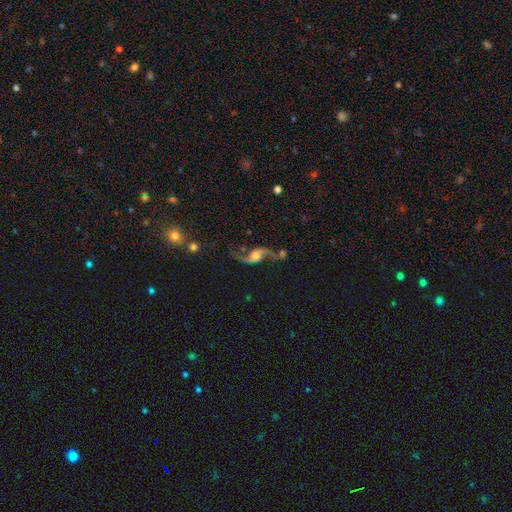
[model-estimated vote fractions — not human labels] featured or disk 88%, star or artifact 7%, smooth 6%. Down the decision tree: edge-on disk — no (95%); bar — no (61%); spiral arms — yes (96%); spiral arm count — 2 (94%); spiral winding — loose (90%); bulge size — moderate (39%); merging — none (65%).